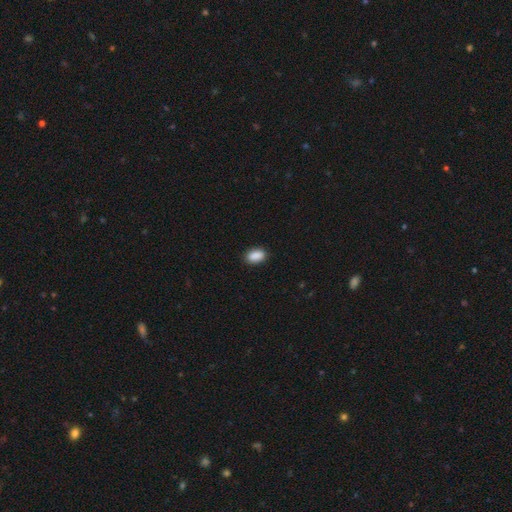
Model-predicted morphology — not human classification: Q: Smooth or featured?
A: smooth (90%); runner-up: star or artifact (7%)
Q: How rounded?
A: in between (90%); runner-up: round (7%)
Q: Merging?
A: none (88%); runner-up: minor disturbance (9%)